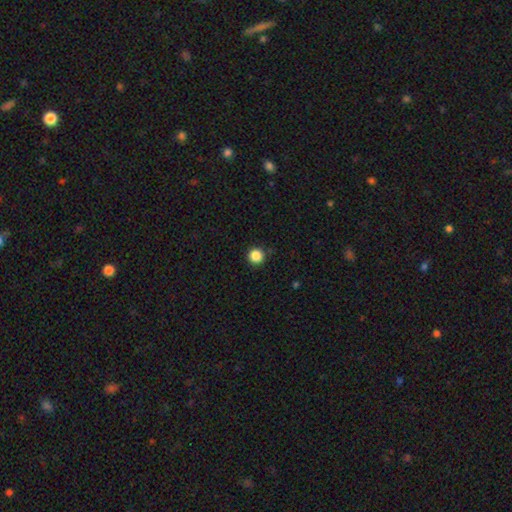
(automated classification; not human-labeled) A smooth galaxy with no disk features (86%) that is round (96%).

Vote fractions:
- Smooth or featured? smooth: 86% / star or artifact: 11% / featured or disk: 3%
- How rounded? round: 96% / in between: 3% / cigar-shaped: 1%
- Merging? none: 91% / minor disturbance: 6% / major disturbance: 2% / merger: 1%